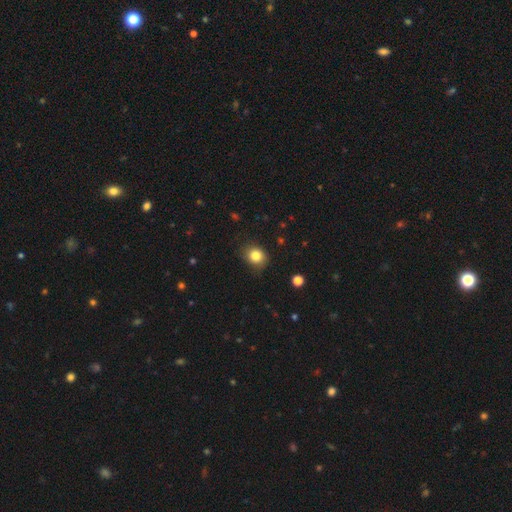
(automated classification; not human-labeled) This is clearly a smooth galaxy (82%). How rounded: likely round (73%). Merging: likely none (78%).